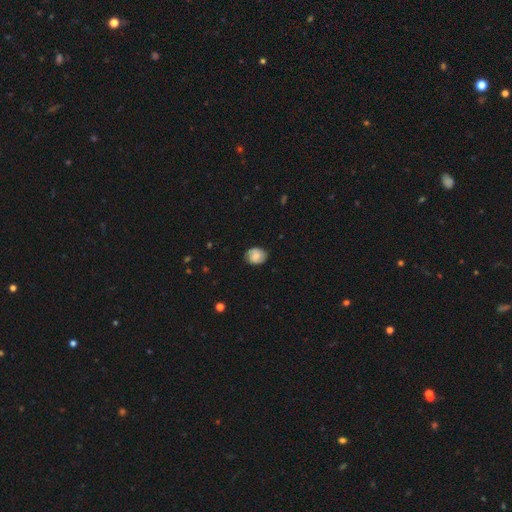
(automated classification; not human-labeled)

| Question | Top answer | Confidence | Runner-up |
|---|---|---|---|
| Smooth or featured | smooth | 56% | featured or disk (35%) |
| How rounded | round | 55% | in between (44%) |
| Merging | none | 79% | minor disturbance (16%) |